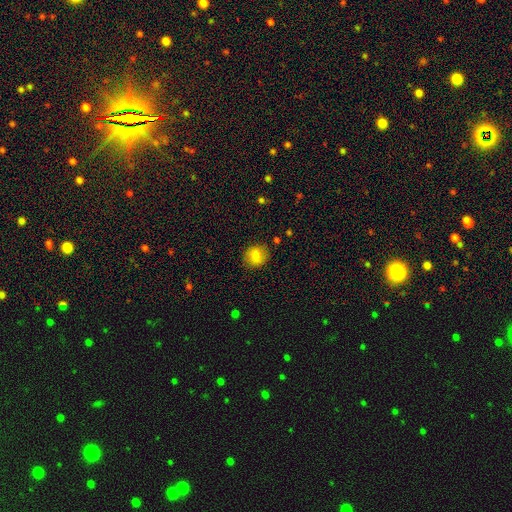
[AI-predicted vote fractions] Morphology: type=smooth (80%); roundness=round (75%); merging=none (84%).